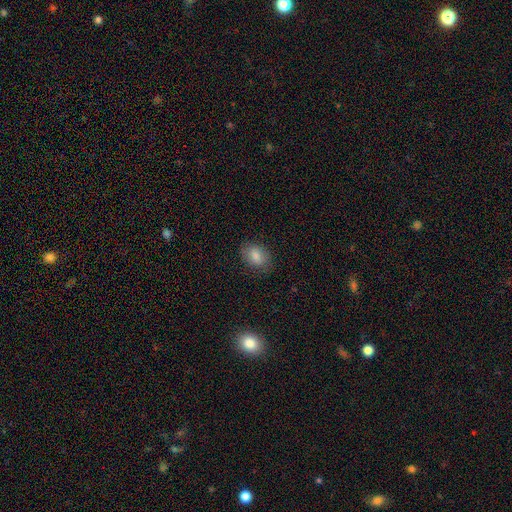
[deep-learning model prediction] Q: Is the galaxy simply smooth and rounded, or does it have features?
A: smooth — 81%.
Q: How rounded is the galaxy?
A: in between — 75%.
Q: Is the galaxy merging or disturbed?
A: none — 81%.